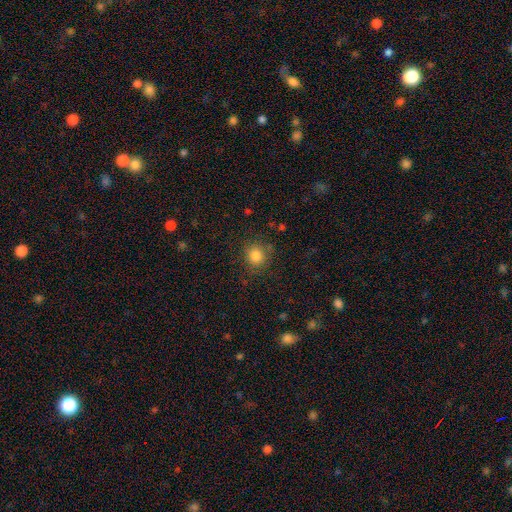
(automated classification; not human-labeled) A smooth galaxy with no disk features (83%) that is round (89%).

Vote fractions:
- Smooth or featured? smooth: 83% / star or artifact: 12% / featured or disk: 5%
- How rounded? round: 89% / in between: 11% / cigar-shaped: 1%
- Merging? none: 84% / minor disturbance: 10% / major disturbance: 4% / merger: 2%